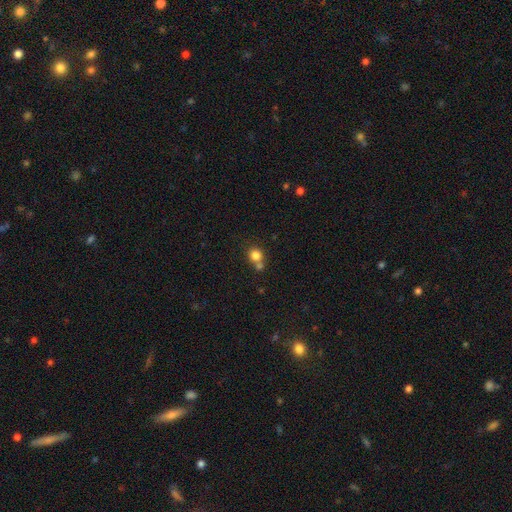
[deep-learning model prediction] Overall: smooth (80%). How rounded: round (86%). Merging: none (52%; merger 36%).